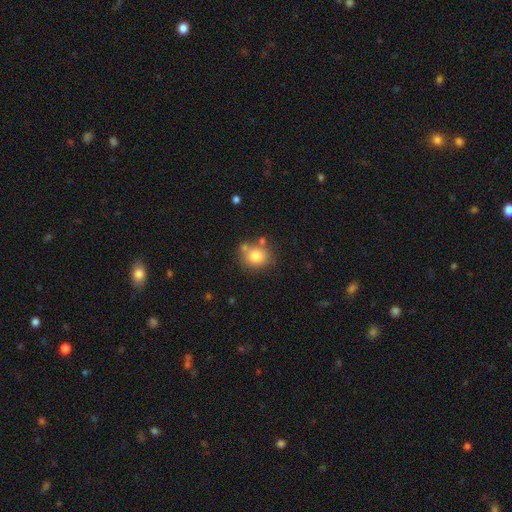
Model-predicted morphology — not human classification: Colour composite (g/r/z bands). It shows a smooth galaxy with no disk features (80%) that is round (79%). Merging: none (68%).